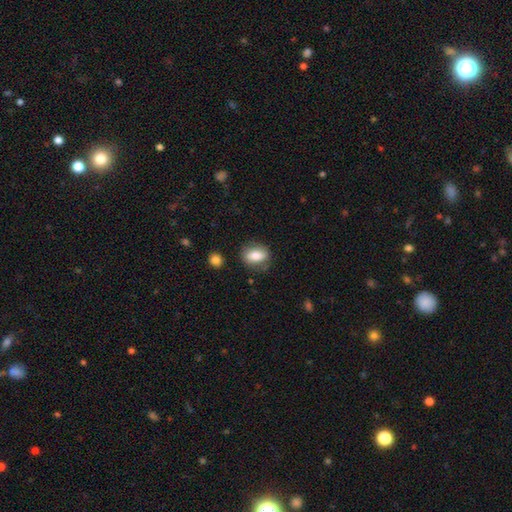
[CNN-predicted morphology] The model was most divided on "how rounded": in between: 77%, round: 19%, cigar-shaped: 4%. More confident: merging — none (77%); smooth or featured — smooth (77%).